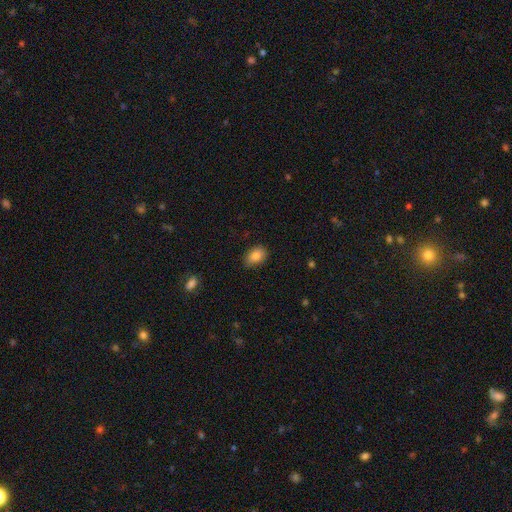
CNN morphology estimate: Smooth or featured: smooth — 86% (star or artifact — 8%)
How rounded: in between — 84% (round — 15%)
Merging: none — 80% (minor disturbance — 16%)